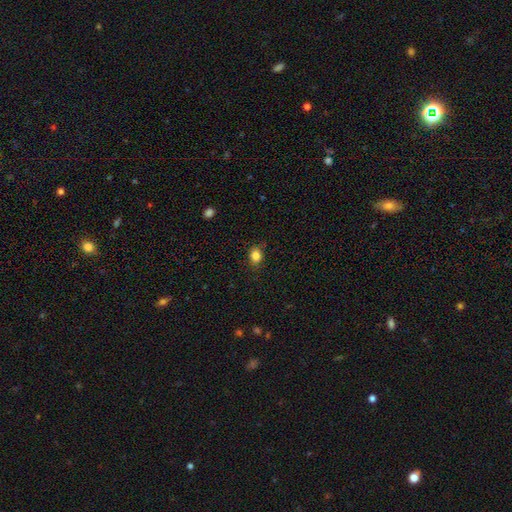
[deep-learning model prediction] Morphology: type=smooth (82%); roundness=round (54%); merging=none (83%).